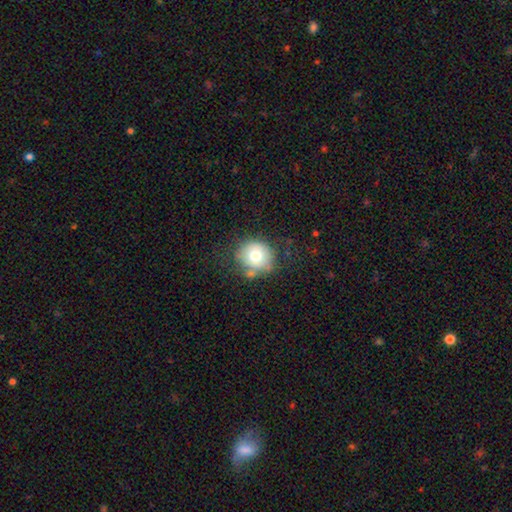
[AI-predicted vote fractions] smooth_or_featured: smooth (p=0.71) [alt: featured or disk p=0.18]
how_rounded: round (p=0.80) [alt: in between p=0.19]
merging: none (p=0.65) [alt: minor disturbance p=0.19]